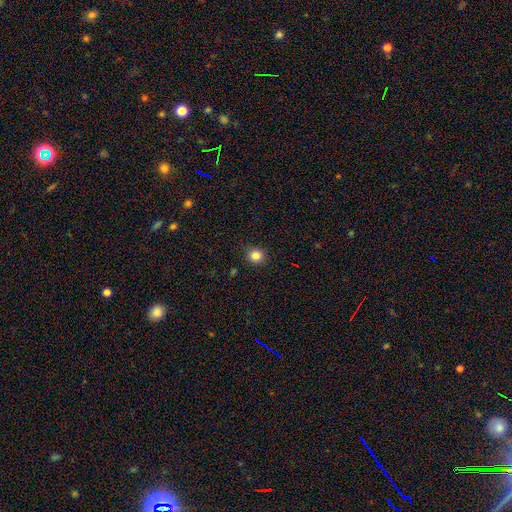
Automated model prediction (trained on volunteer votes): Morphology: type=smooth (83%); roundness=round (88%); merging=none (91%).